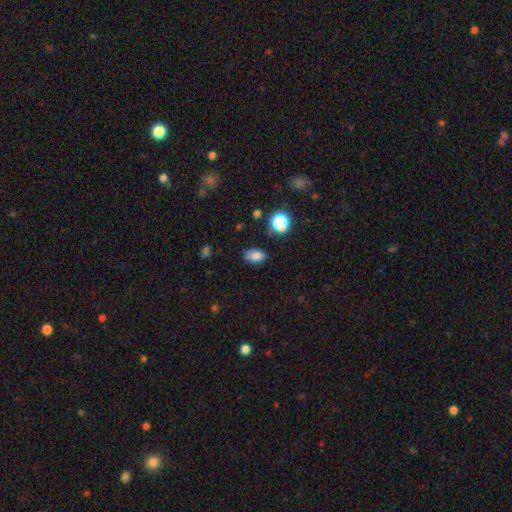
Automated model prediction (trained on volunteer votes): Smooth or featured? smooth (82%)
How rounded? in between (89%)
Merging? none (76%)